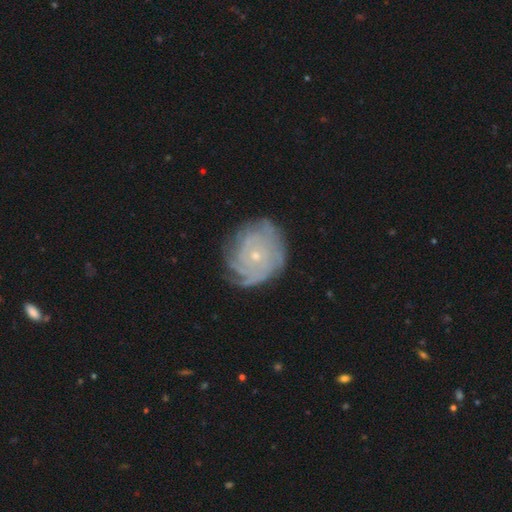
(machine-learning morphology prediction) Q: Smooth or featured?
A: featured or disk (76%); runner-up: smooth (15%)
Q: Edge-on disk?
A: no (97%); runner-up: yes (3%)
Q: Bar?
A: no (83%); runner-up: weak (14%)
Q: Spiral arms?
A: yes (91%); runner-up: no (9%)
Q: Spiral winding?
A: tight (76%); runner-up: medium (18%)
Q: Spiral arm count?
A: can't tell (42%); runner-up: 4 (16%)
Q: Bulge size?
A: small (82%); runner-up: moderate (15%)
Q: Merging?
A: none (73%); runner-up: minor disturbance (18%)